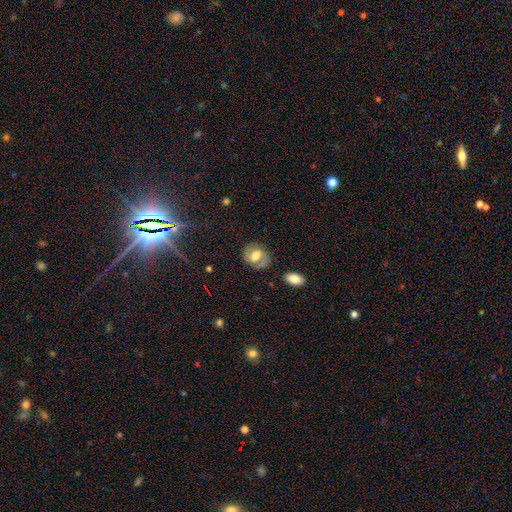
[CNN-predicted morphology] Smooth or featured? smooth (46%)
Merging? none (74%)